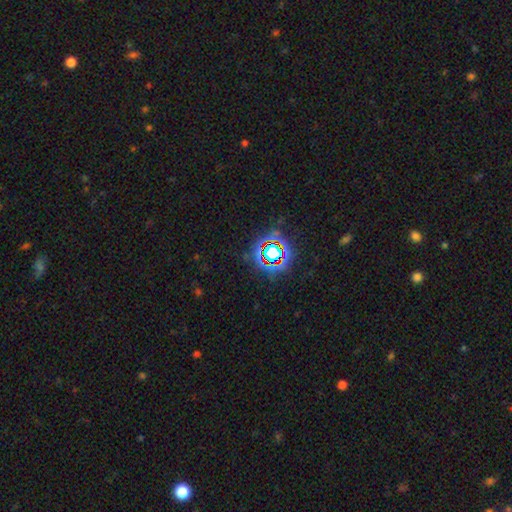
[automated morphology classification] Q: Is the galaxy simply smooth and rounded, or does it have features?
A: star or artifact — 76%.